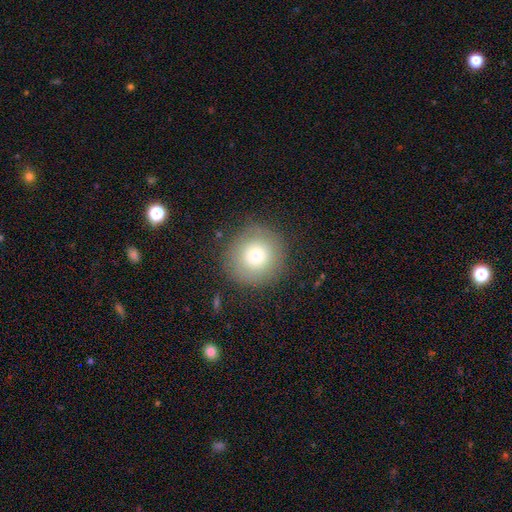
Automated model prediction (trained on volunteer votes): This appears to be a smooth galaxy with no disk features (72%) that is round (95%). Merging: none (86%).